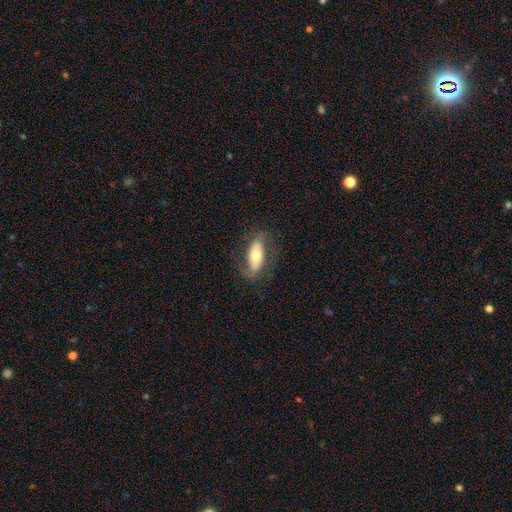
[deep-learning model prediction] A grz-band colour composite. It shows a smooth galaxy with no disk features (52%) that is in between round and cigar-shaped (76%). Merging: none (75%).